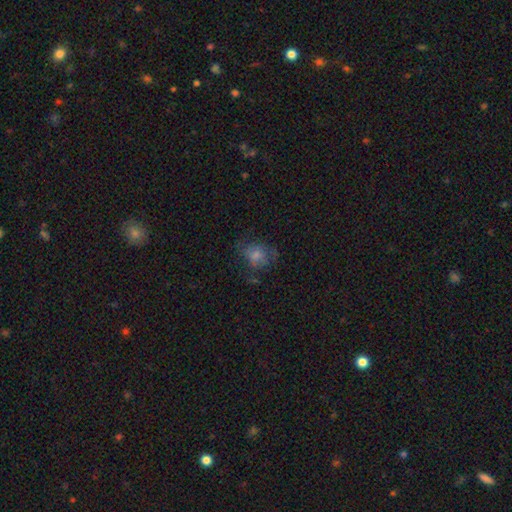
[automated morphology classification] This is possibly a smooth galaxy (51%). How rounded: possibly round (57%). Merging: possibly none (58%).